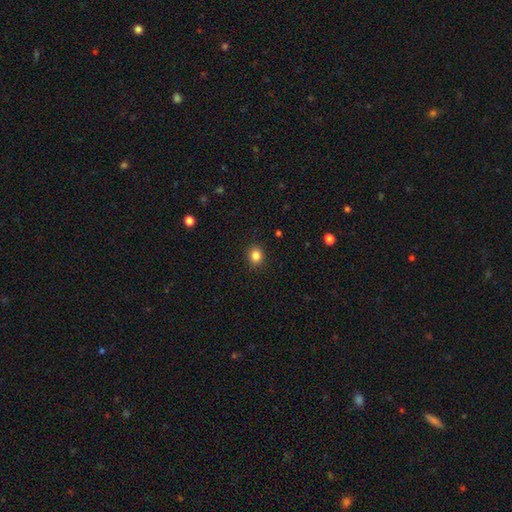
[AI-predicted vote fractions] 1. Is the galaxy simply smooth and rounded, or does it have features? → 85% smooth, 11% star or artifact, 4% featured or disk.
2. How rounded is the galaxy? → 71% round, 28% in between, 1% cigar-shaped.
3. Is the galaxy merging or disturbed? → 90% none, 7% minor disturbance, 2% major disturbance, 1% merger.